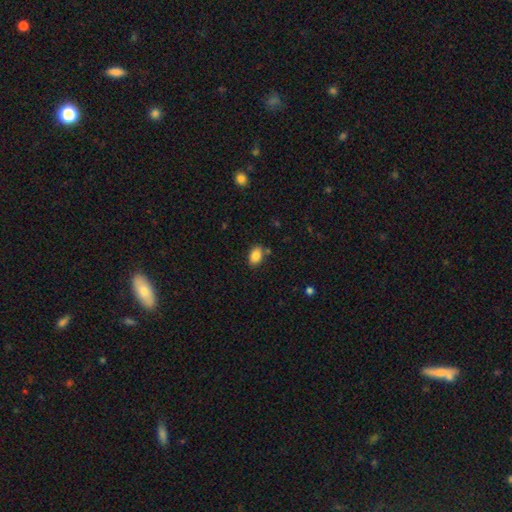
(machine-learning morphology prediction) This is clearly a smooth galaxy (86%). How rounded: clearly in between (83%). Merging: likely none (78%).